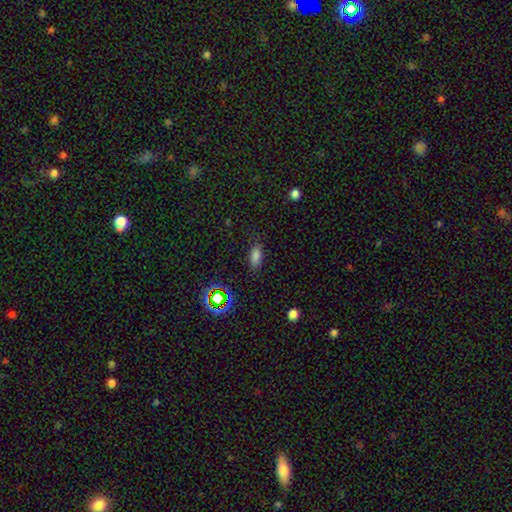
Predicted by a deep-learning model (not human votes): This is likely a smooth galaxy (76%). How rounded: clearly in between (84%). Merging: likely none (77%).